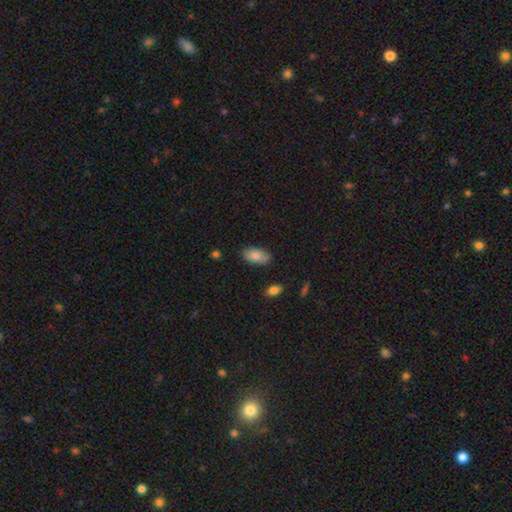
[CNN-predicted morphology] Smooth or featured? Predicted: smooth (p=0.84). How rounded? Predicted: in between (p=0.93). Merging? Predicted: none (p=0.80).